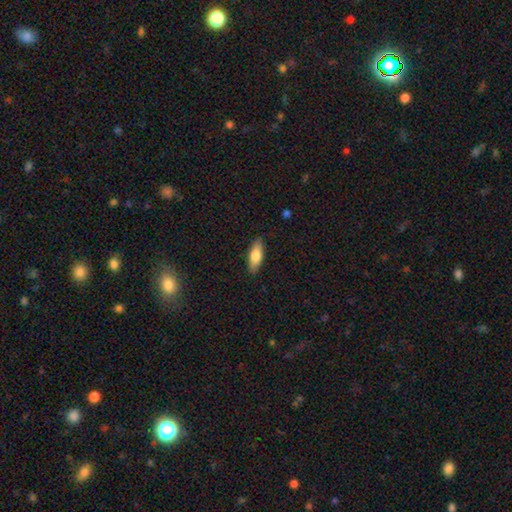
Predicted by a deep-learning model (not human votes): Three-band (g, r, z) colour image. It shows a smooth galaxy with no disk features (75%) that is in between round and cigar-shaped (67%). Merging: none (86%).